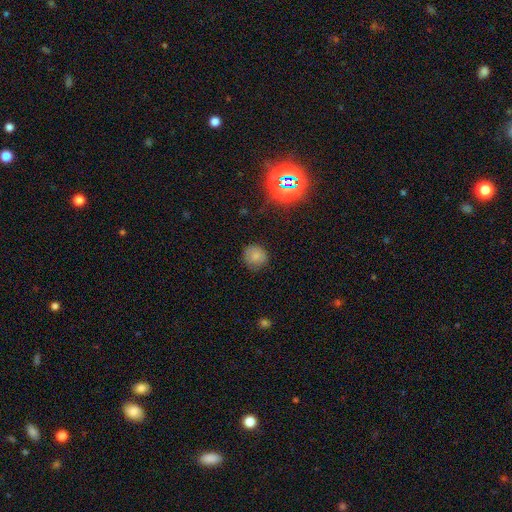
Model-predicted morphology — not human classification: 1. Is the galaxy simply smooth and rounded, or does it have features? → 75% smooth, 15% star or artifact, 10% featured or disk.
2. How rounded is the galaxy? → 89% round, 10% in between, 1% cigar-shaped.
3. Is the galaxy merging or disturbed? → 82% none, 13% minor disturbance, 3% major disturbance, 1% merger.